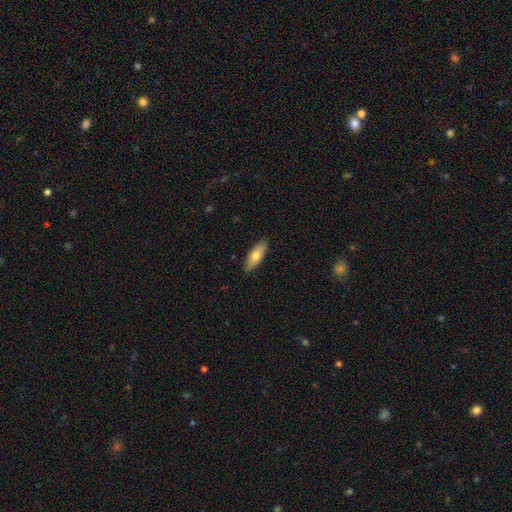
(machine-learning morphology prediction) type=smooth (69%); roundness=in between (70%); merging=none (88%).